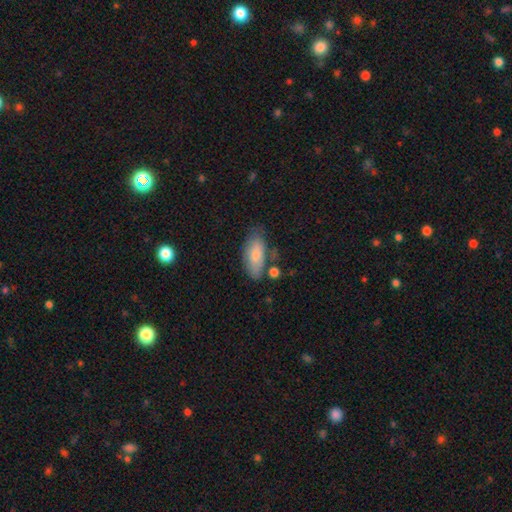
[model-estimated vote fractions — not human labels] Smooth or featured?
  - smooth: 77% *
  - featured or disk: 17%
  - star or artifact: 6%
How rounded?
  - in between: 85% *
  - cigar-shaped: 12%
  - round: 3%
Merging?
  - none: 66% *
  - minor disturbance: 22%
  - merger: 7%
  - major disturbance: 5%